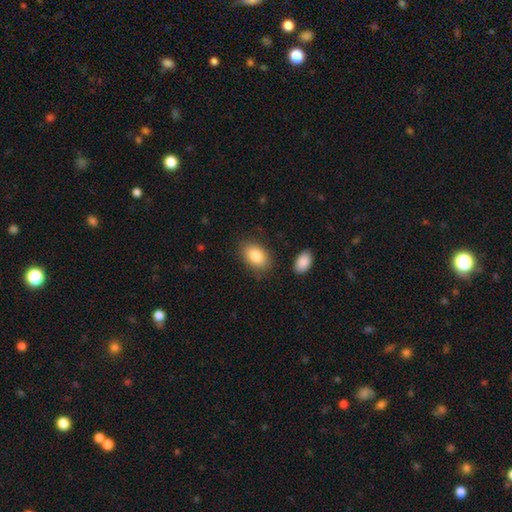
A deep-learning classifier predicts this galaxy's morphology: smooth_or_featured: smooth (p=0.85) [alt: featured or disk p=0.08]
how_rounded: in between (p=0.89) [alt: round p=0.10]
merging: none (p=0.83) [alt: minor disturbance p=0.11]